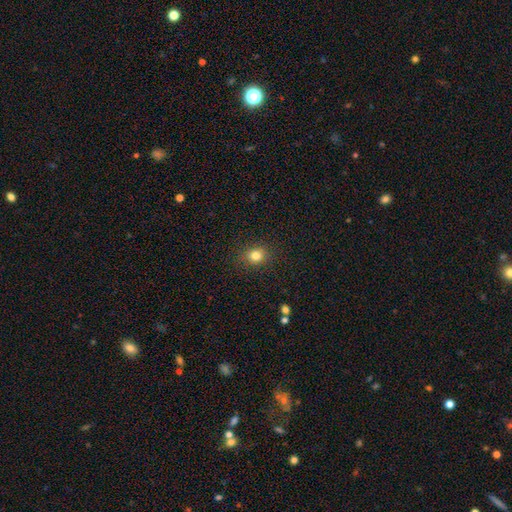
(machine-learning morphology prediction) Overall: smooth (82%). How rounded: round (69%; in between 30%). Merging: none (88%).